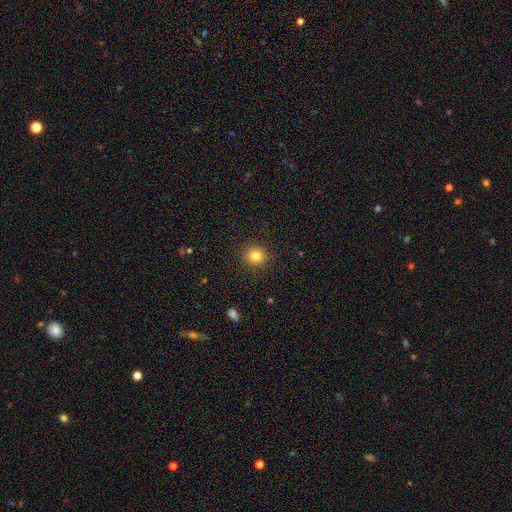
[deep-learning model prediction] This appears to be a smooth galaxy with no disk features (81%) that is round (88%). Merging: none (91%).